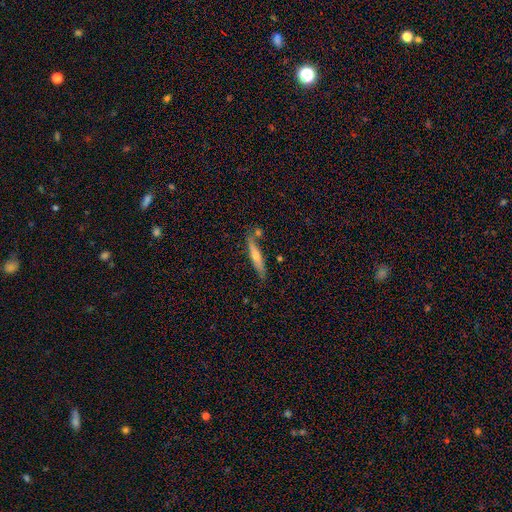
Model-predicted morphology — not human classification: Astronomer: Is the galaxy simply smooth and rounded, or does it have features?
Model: featured or disk — 51% (runner-up: smooth, 43%).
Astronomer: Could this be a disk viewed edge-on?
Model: yes — 92%.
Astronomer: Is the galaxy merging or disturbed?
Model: none — 76%.